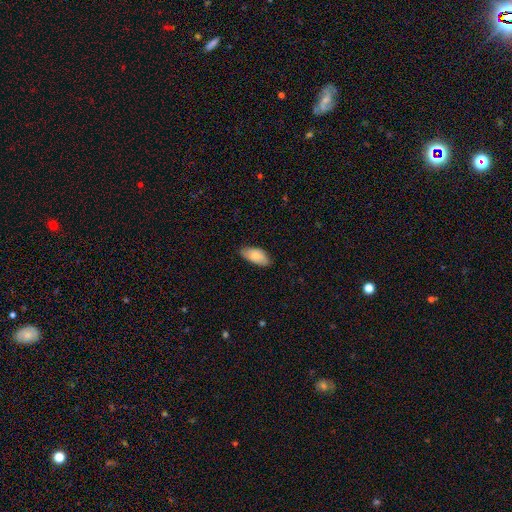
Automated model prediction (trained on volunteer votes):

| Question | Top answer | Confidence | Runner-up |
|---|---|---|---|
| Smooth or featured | smooth | 84% | featured or disk (10%) |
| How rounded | in between | 91% | cigar-shaped (7%) |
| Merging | none | 82% | minor disturbance (15%) |